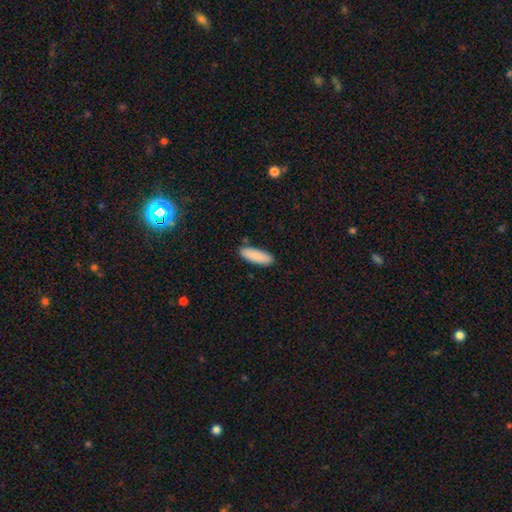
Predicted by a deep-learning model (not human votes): Smooth or featured? smooth (89%)
How rounded? in between (60%)
Merging? none (86%)